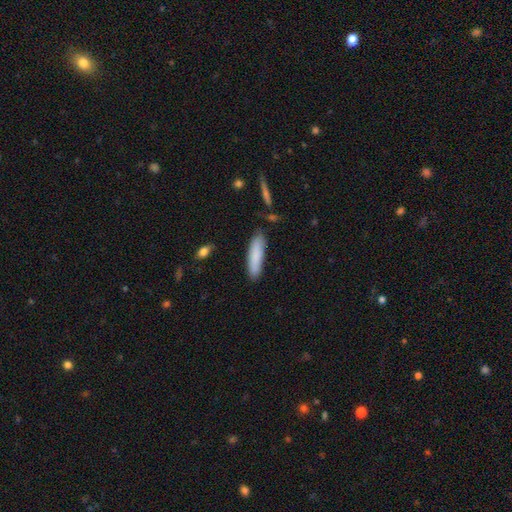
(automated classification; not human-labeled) The model was most divided on "how rounded": cigar-shaped: 70%, in between: 29%, round: 1%. More confident: smooth or featured — smooth (84%); merging — none (81%).